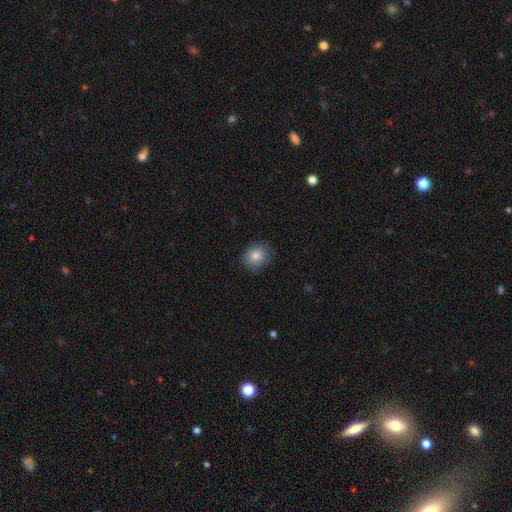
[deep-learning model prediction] Q: Smooth or featured?
A: smooth (83%); runner-up: star or artifact (9%)
Q: How rounded?
A: round (67%); runner-up: in between (32%)
Q: Merging?
A: none (85%); runner-up: minor disturbance (12%)